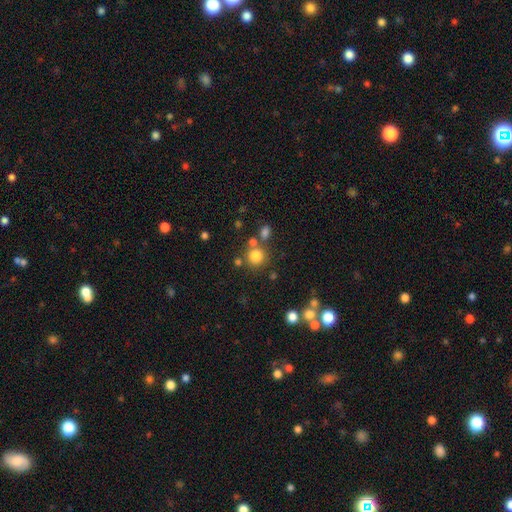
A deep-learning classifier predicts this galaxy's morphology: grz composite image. It shows a smooth galaxy with no disk features (78%) that is round (91%). Merging: none (71%).